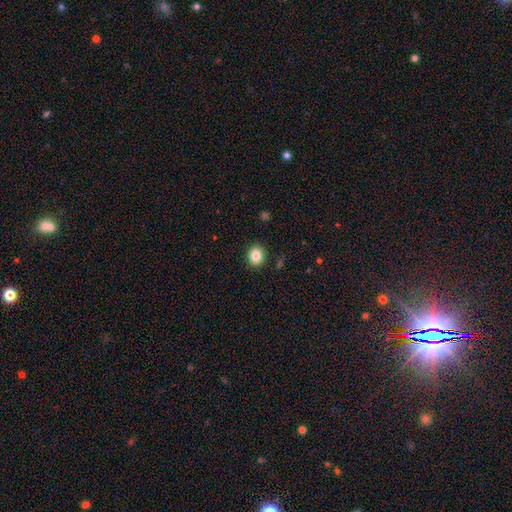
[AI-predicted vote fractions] A smooth galaxy with no disk features (84%) that is round (65%).

Vote fractions:
- Smooth or featured? smooth: 84% / star or artifact: 10% / featured or disk: 6%
- How rounded? round: 65% / in between: 35% / cigar-shaped: 1%
- Merging? none: 89% / minor disturbance: 7% / major disturbance: 2% / merger: 1%